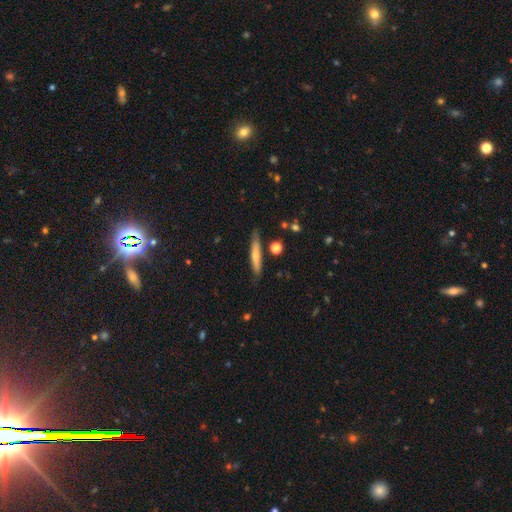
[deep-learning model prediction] Smooth or featured? Predicted: smooth (p=0.61). How rounded? Predicted: cigar-shaped (p=0.91). Merging? Predicted: none (p=0.81).